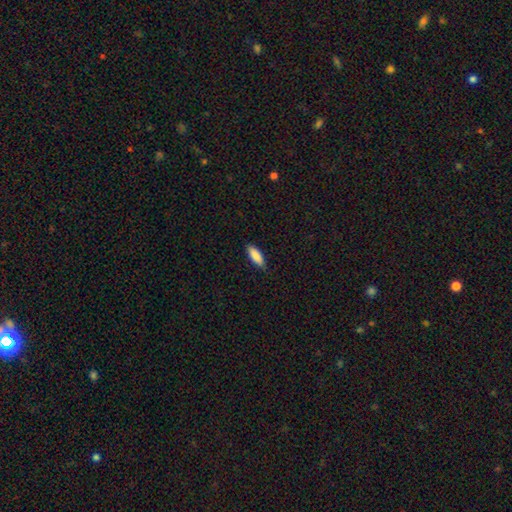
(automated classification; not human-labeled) A smooth galaxy with no disk features (87%) that is in between round and cigar-shaped (61%).

Vote fractions:
- Smooth or featured? smooth: 87% / featured or disk: 7% / star or artifact: 6%
- How rounded? in between: 61% / cigar-shaped: 38% / round: 2%
- Merging? none: 85% / minor disturbance: 12% / major disturbance: 2% / merger: 1%